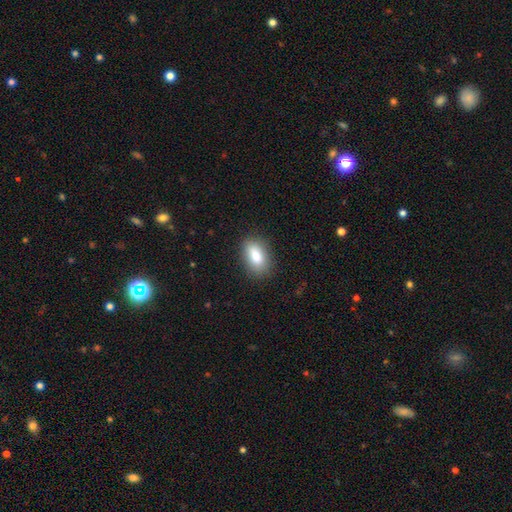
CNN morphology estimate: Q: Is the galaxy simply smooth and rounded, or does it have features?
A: smooth — 81%.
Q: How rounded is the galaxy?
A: in between — 87%.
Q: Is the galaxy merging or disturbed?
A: none — 84%.